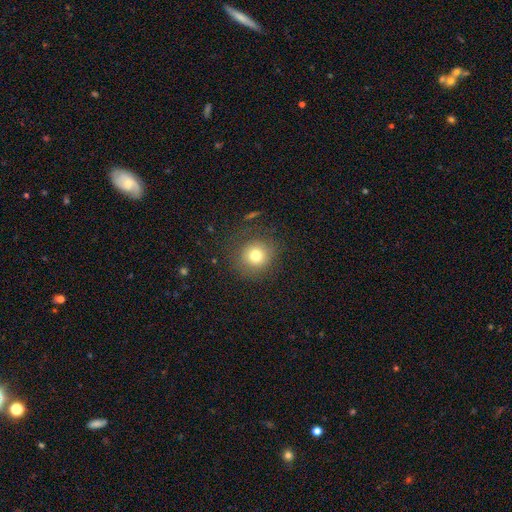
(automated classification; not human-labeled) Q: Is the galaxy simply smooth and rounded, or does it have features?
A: smooth — 76%.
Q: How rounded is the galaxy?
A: round — 90%.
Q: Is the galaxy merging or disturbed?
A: none — 83%.